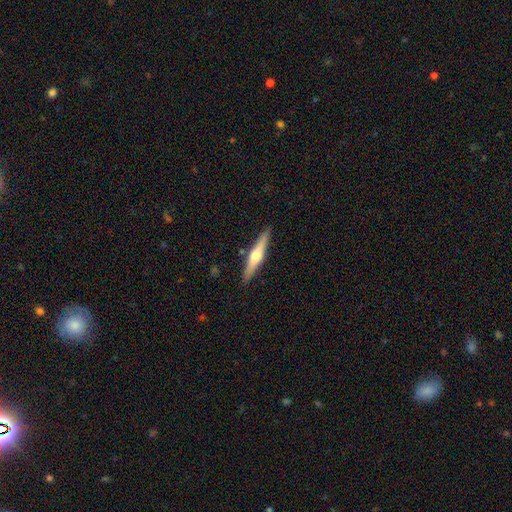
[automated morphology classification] type=featured or disk (62%); edge-on=yes (97%); edge-on bulge=rounded (89%); merging=none (89%).